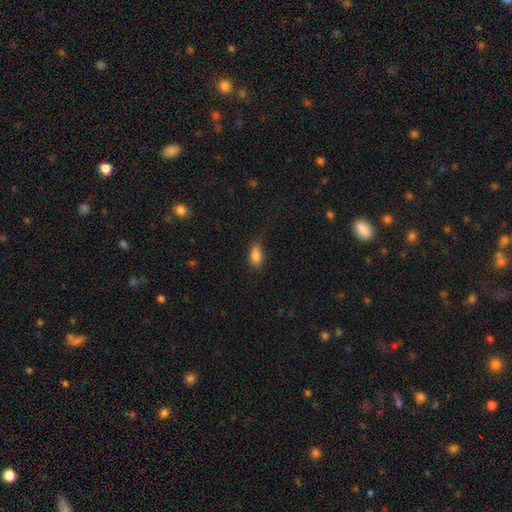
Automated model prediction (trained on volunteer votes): This is clearly a smooth galaxy (83%). How rounded: clearly in between (84%). Merging: possibly none (50%).